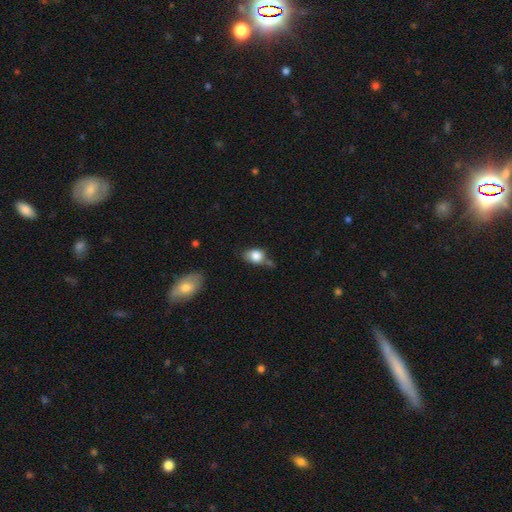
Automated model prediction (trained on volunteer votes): Smooth or featured? smooth (82%)
How rounded? in between (67%)
Merging? none (47%)